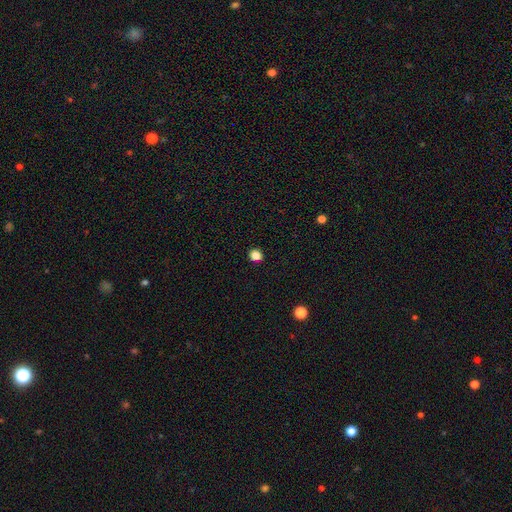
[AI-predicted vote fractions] This appears to be a smooth galaxy with no disk features (84%) that is round (79%). Merging: none (91%).